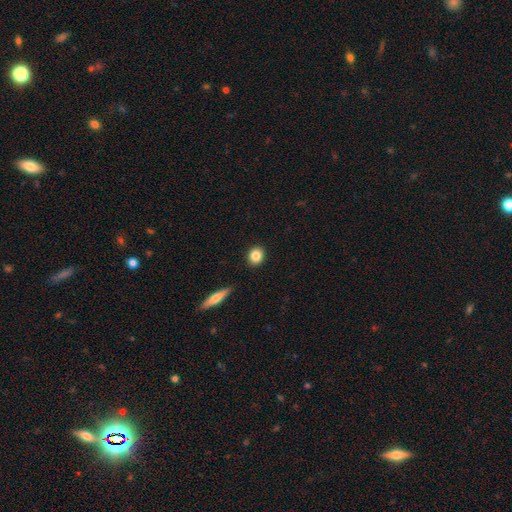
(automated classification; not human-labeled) Morphology: type=smooth (84%); roundness=round (77%); merging=none (91%).